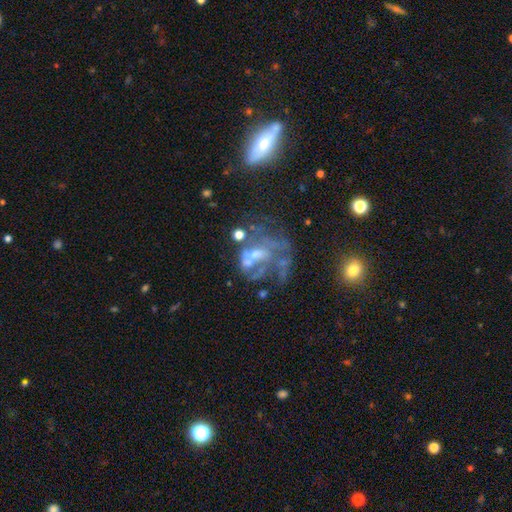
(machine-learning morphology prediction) Overall: featured or disk (64%). Edge-on disk: no (97%). Bar: no (71%). Spiral arms: no (69%; yes 31%). Bulge size: small (33%, tied with none). Merging: major disturbance (39%; none 28%).